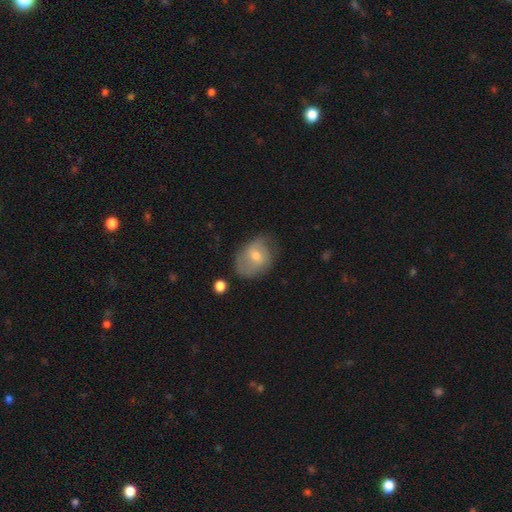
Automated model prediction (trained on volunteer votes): A smooth galaxy with no disk features (49%).

Vote fractions:
- Smooth or featured? smooth: 49% / featured or disk: 43% / star or artifact: 8%
- Merging? none: 56% / minor disturbance: 31% / major disturbance: 11% / merger: 2%